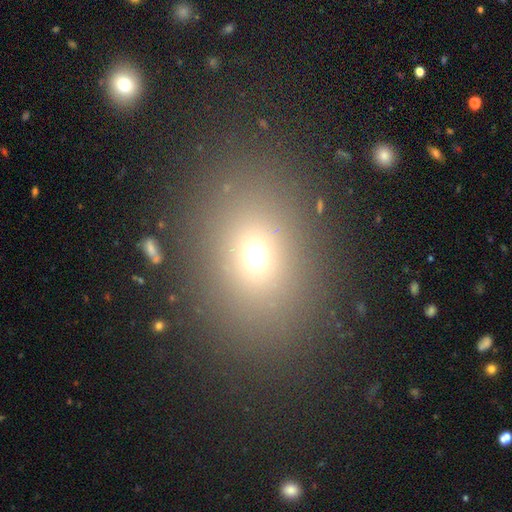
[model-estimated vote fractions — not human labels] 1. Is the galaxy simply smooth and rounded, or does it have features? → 67% smooth, 21% star or artifact, 12% featured or disk.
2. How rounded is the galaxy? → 57% in between, 42% round, 1% cigar-shaped.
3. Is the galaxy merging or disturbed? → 84% none, 8% minor disturbance, 5% major disturbance, 2% merger.